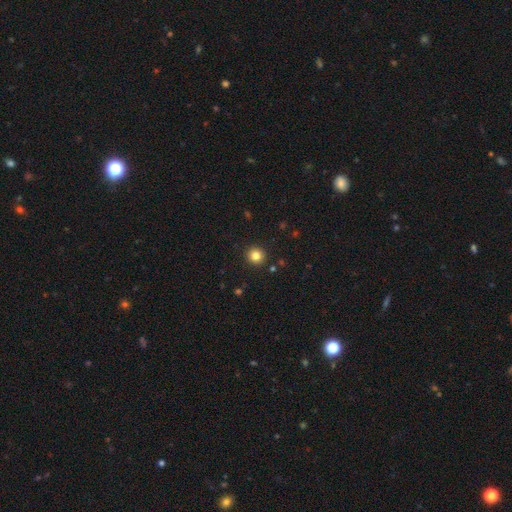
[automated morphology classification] smooth-or-featured: smooth: 82% | star or artifact: 12% | featured or disk: 6%
  how-rounded: round: 94% | in between: 5% | cigar-shaped: 1%
  merging: none: 92% | minor disturbance: 5% | major disturbance: 2% | merger: 1%